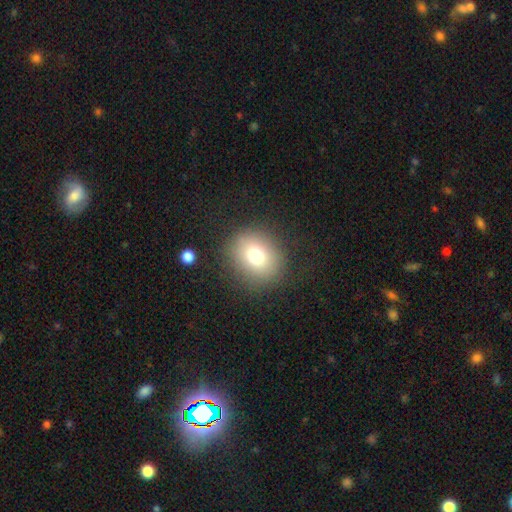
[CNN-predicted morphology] A smooth galaxy with no disk features (75%) that is round (71%).

Vote fractions:
- Smooth or featured? smooth: 75% / star or artifact: 13% / featured or disk: 11%
- How rounded? round: 71% / in between: 28% / cigar-shaped: 1%
- Merging? none: 86% / minor disturbance: 9% / major disturbance: 4% / merger: 1%